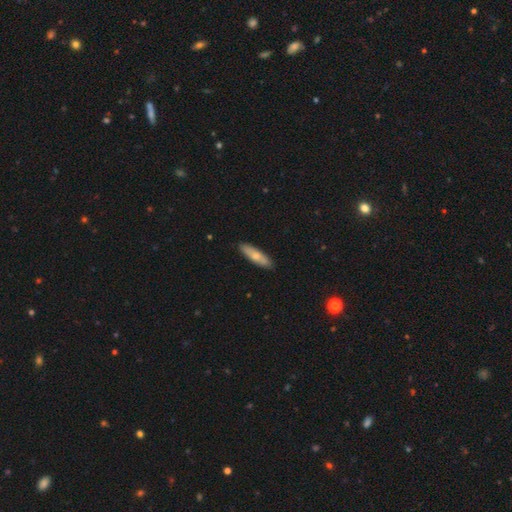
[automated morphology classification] Smooth or featured? Predicted: smooth (p=0.70). How rounded? Predicted: cigar-shaped (p=0.68). Merging? Predicted: none (p=0.90).